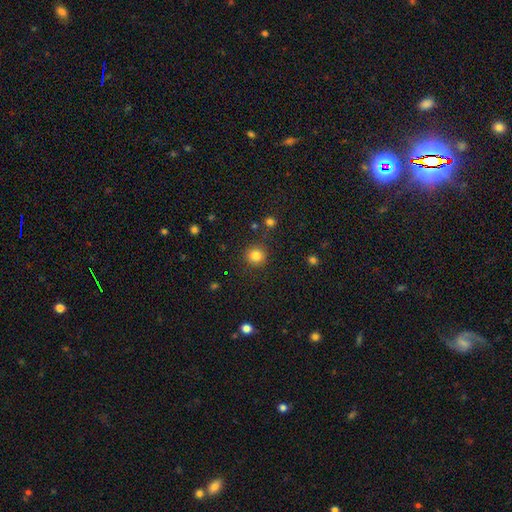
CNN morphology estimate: This is clearly a smooth galaxy (84%). How rounded: clearly round (91%). Merging: clearly none (88%).